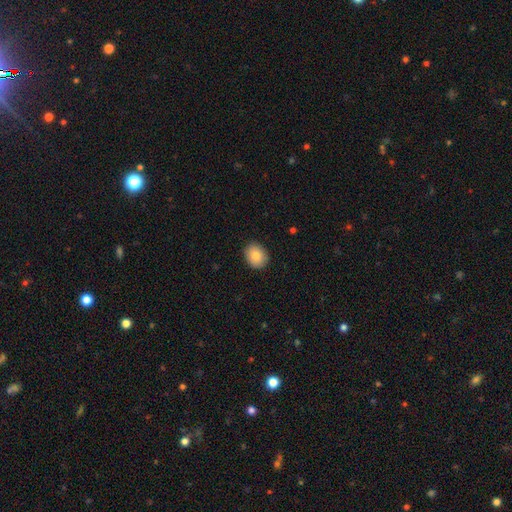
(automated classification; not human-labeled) This appears to be a smooth galaxy with no disk features (85%) that is round (54%). Merging: none (89%).